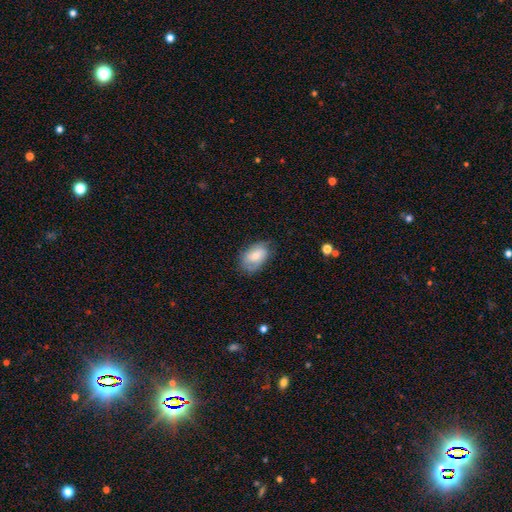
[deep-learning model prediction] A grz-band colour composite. It shows a smooth galaxy with no disk features (65%) that is in between round and cigar-shaped (89%). Merging: none (69%).